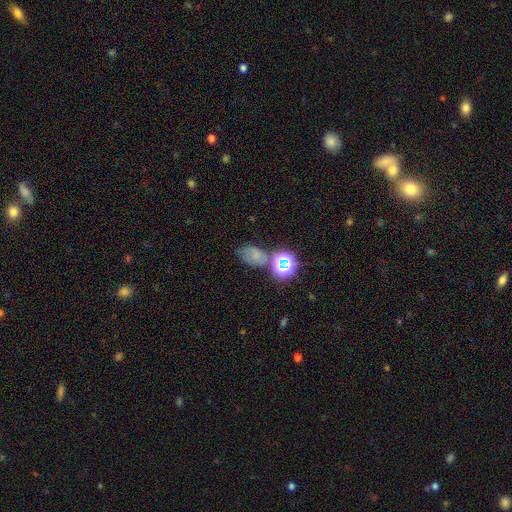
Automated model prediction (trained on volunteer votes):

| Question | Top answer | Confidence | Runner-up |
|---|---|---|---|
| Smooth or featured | smooth | 54% | star or artifact (28%) |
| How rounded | in between | 76% | round (23%) |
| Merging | none | 55% | minor disturbance (20%) |